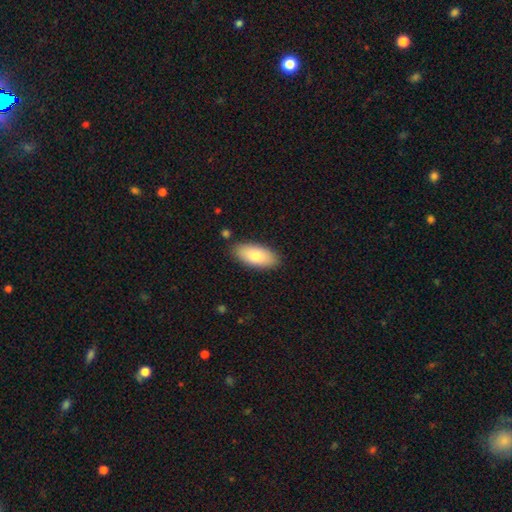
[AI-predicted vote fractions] The model was most divided on "smooth or featured": smooth: 81%, featured or disk: 13%, star or artifact: 6%. More confident: how rounded — in between (90%); merging — none (85%).